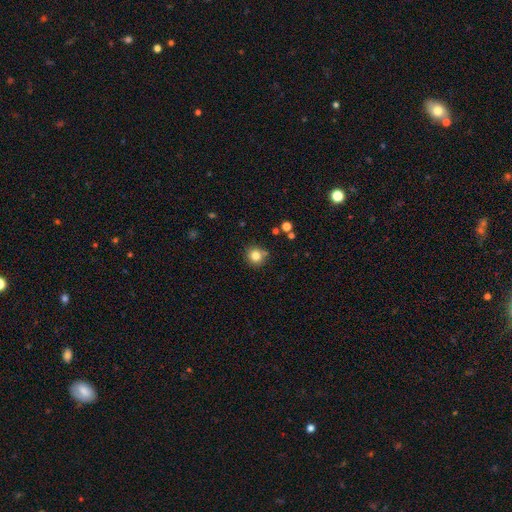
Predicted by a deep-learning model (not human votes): The model was most divided on "merging": none: 80%, minor disturbance: 12%, merger: 5%, major disturbance: 3%. More confident: how rounded — round (91%); smooth or featured — smooth (82%).